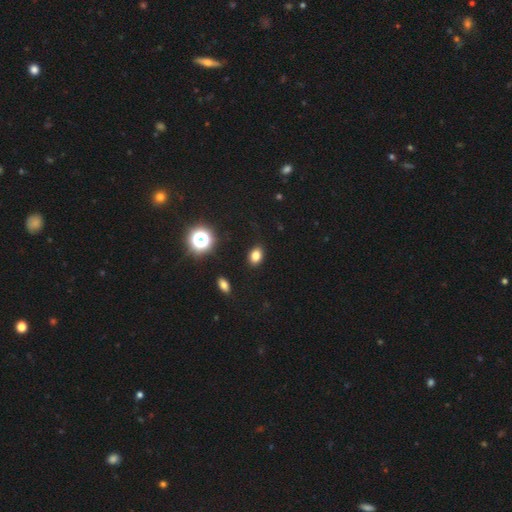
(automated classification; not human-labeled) The model was most divided on "how rounded": in between: 71%, round: 28%, cigar-shaped: 1%. More confident: merging — none (88%); smooth or featured — smooth (79%).